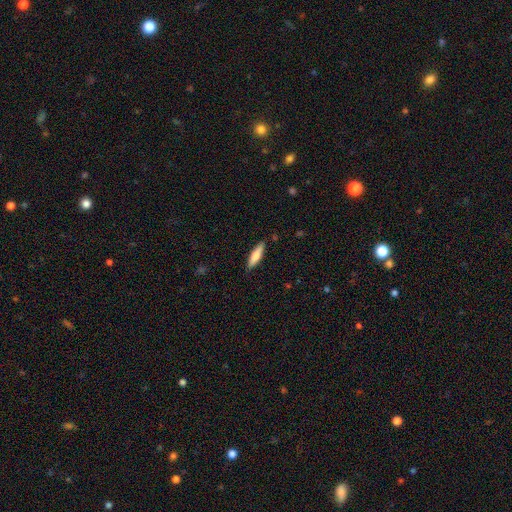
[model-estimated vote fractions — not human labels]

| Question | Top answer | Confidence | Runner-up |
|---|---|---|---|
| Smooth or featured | smooth | 69% | featured or disk (25%) |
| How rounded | cigar-shaped | 70% | in between (28%) |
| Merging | none | 88% | minor disturbance (9%) |